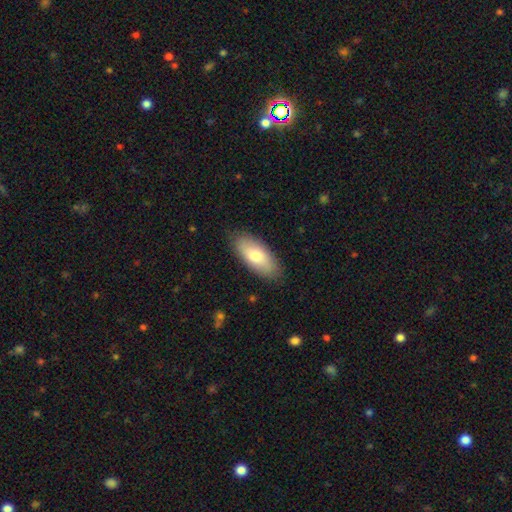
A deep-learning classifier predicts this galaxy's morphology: This is likely a smooth galaxy (74%). How rounded: clearly in between (85%). Merging: clearly none (87%).